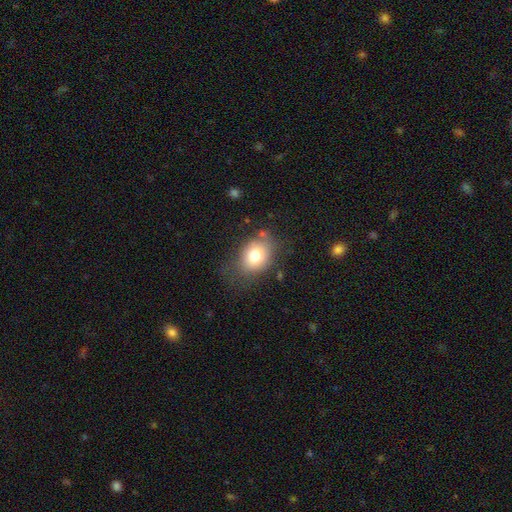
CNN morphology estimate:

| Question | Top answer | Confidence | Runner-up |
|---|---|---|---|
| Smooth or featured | smooth | 75% | featured or disk (14%) |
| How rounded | in between | 61% | round (38%) |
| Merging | none | 68% | minor disturbance (21%) |